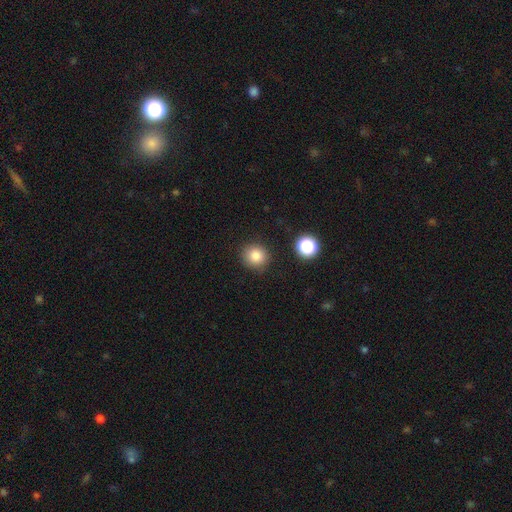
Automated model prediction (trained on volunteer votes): Smooth or featured? Predicted: smooth (p=0.83). How rounded? Predicted: round (p=0.91). Merging? Predicted: none (p=0.88).